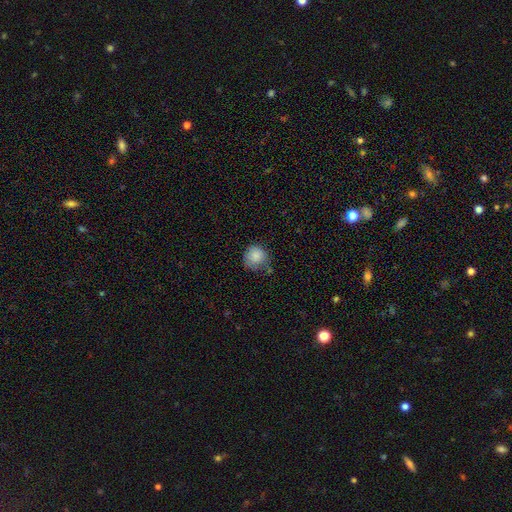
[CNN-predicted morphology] A smooth galaxy with no disk features (85%) that is round (87%). Merging: none (59%).